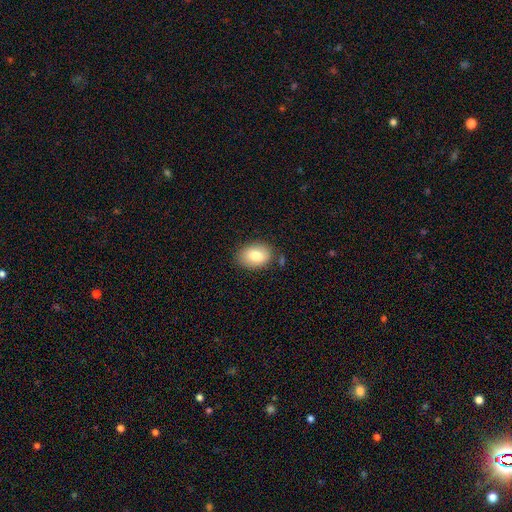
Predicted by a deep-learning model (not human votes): Q: Smooth or featured?
A: smooth (80%); runner-up: featured or disk (12%)
Q: How rounded?
A: in between (80%); runner-up: round (19%)
Q: Merging?
A: none (80%); runner-up: minor disturbance (14%)